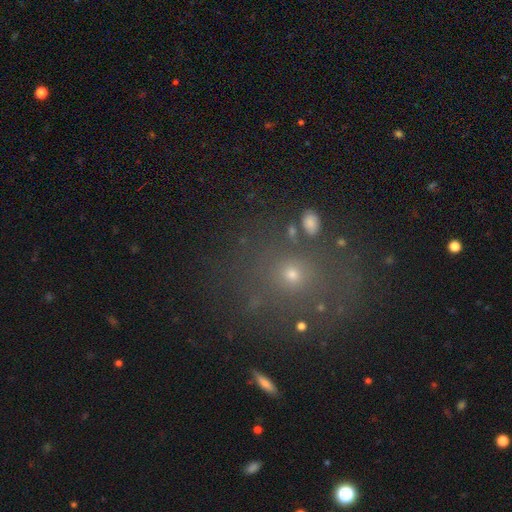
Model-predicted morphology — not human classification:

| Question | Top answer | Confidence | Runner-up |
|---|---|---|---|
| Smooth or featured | smooth | 46% | star or artifact (38%) |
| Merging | none | 80% | minor disturbance (10%) |